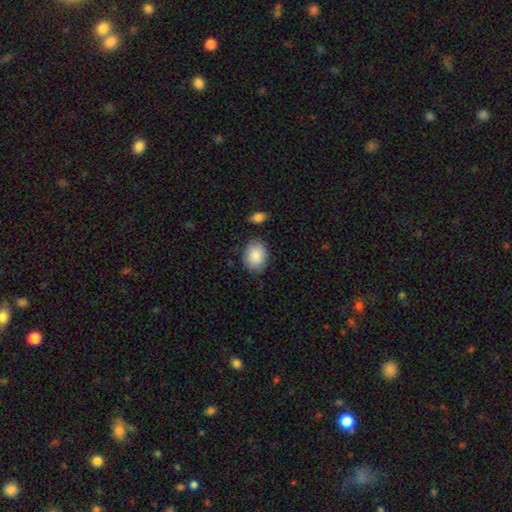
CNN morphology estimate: Smooth or featured: smooth — 88% (star or artifact — 6%)
How rounded: in between — 60% (round — 39%)
Merging: none — 81% (minor disturbance — 13%)